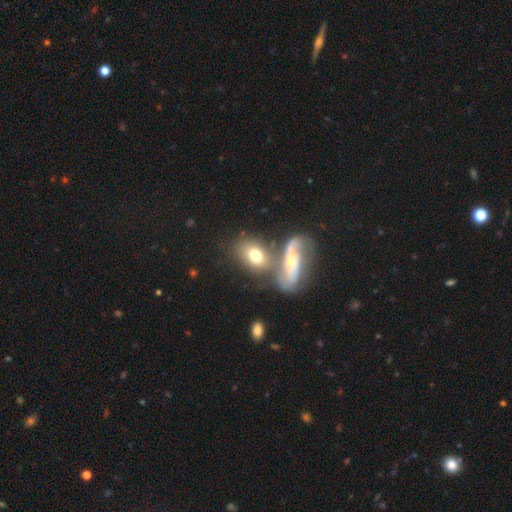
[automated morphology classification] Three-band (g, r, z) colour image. It shows a smooth galaxy with no disk features (62%) that is in between round and cigar-shaped (78%). Merging: merger (48%).